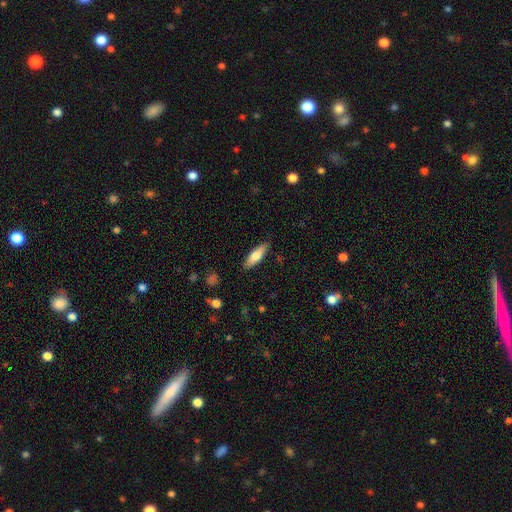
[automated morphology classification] A smooth galaxy with no disk features (70%) that is cigar-shaped (54%). Merging: none (87%).